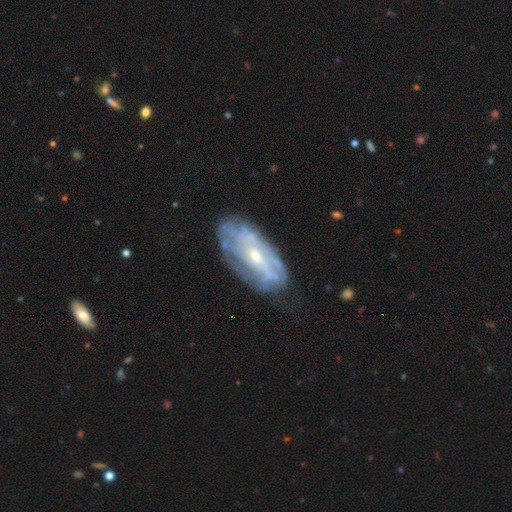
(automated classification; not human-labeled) Smooth or featured: featured or disk — 74% (smooth — 19%)
Edge-on disk: no — 90% (yes — 10%)
Bar: no — 61% (weak — 30%)
Spiral arms: yes — 65% (no — 35%)
Bulge size: small — 59% (moderate — 37%)
Merging: none — 66% (minor disturbance — 22%)